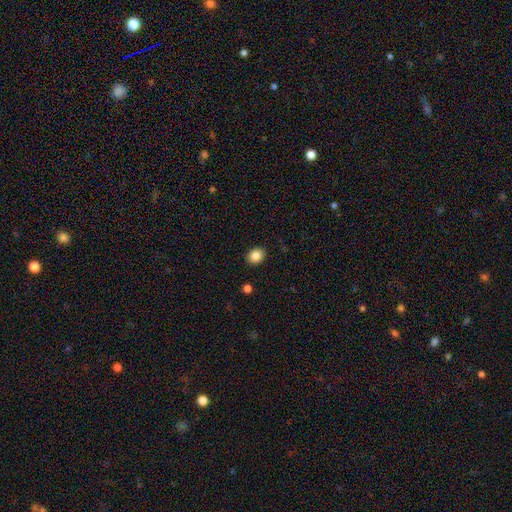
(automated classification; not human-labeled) smooth-or-featured: smooth: 86% | star or artifact: 9% | featured or disk: 5%
  how-rounded: round: 63% | in between: 37% | cigar-shaped: 1%
  merging: none: 90% | minor disturbance: 6% | major disturbance: 2% | merger: 1%